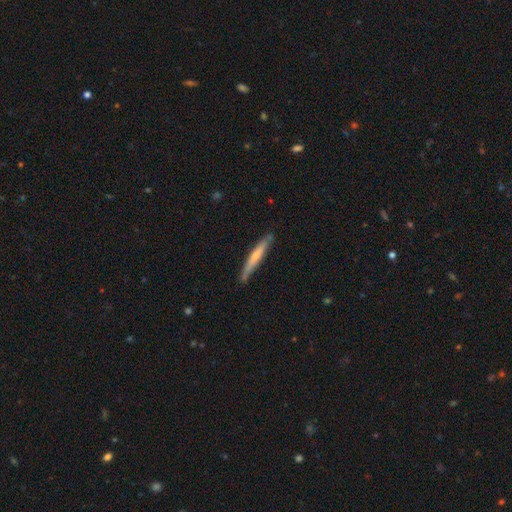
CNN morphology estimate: A smooth galaxy with no disk features (51%) that is cigar-shaped (95%).

Vote fractions:
- Smooth or featured? smooth: 51% / featured or disk: 44% / star or artifact: 5%
- How rounded? cigar-shaped: 95% / in between: 4% / round: 1%
- Merging? none: 79% / minor disturbance: 16% / merger: 2% / major disturbance: 2%